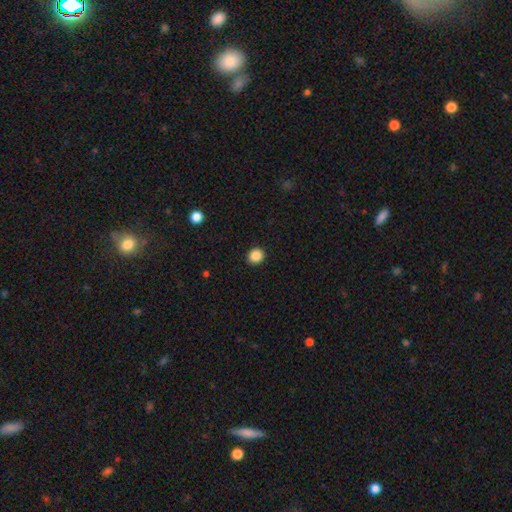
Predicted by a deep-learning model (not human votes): The model was most divided on "how rounded": round: 85%, in between: 14%, cigar-shaped: 1%. More confident: merging — none (92%); smooth or featured — smooth (87%).